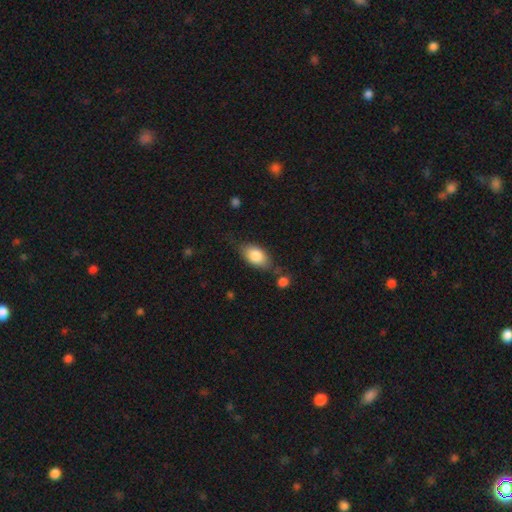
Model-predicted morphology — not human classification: Overall: smooth (81%). How rounded: in between (89%). Merging: none (62%; minor disturbance 23%).